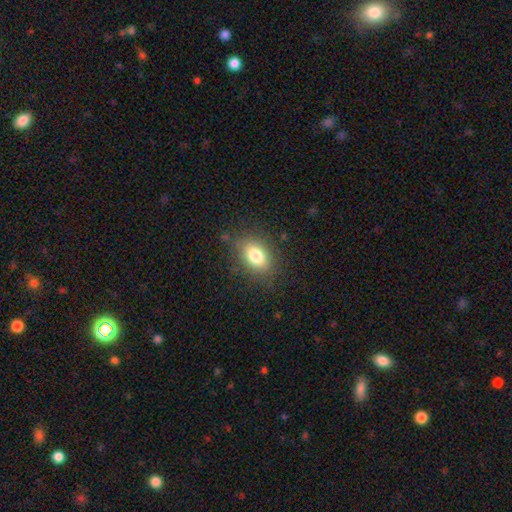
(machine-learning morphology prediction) Smooth or featured: smooth — 79% (featured or disk — 11%)
How rounded: in between — 79% (round — 19%)
Merging: none — 82% (minor disturbance — 12%)